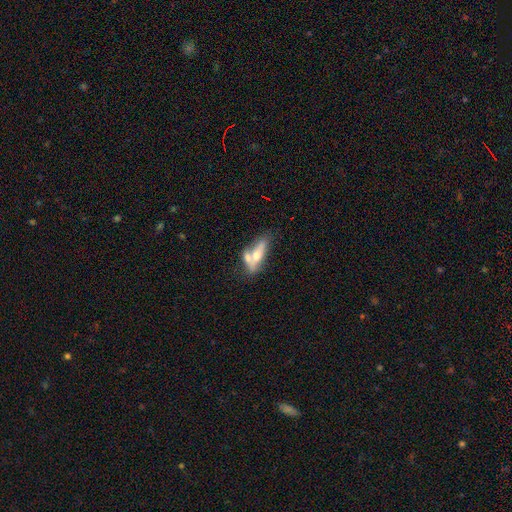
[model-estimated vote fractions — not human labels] smooth 47%, featured or disk 46%, star or artifact 7%. Down the decision tree: merging — merger (50%).